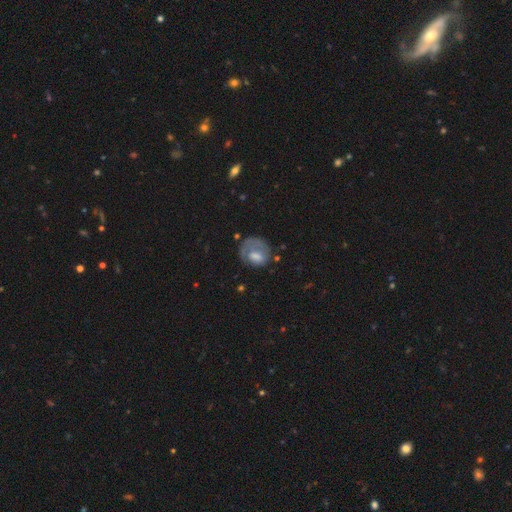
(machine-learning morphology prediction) smooth 51%, featured or disk 41%, star or artifact 8%. Down the decision tree: how rounded — round (65%); merging — none (46%).